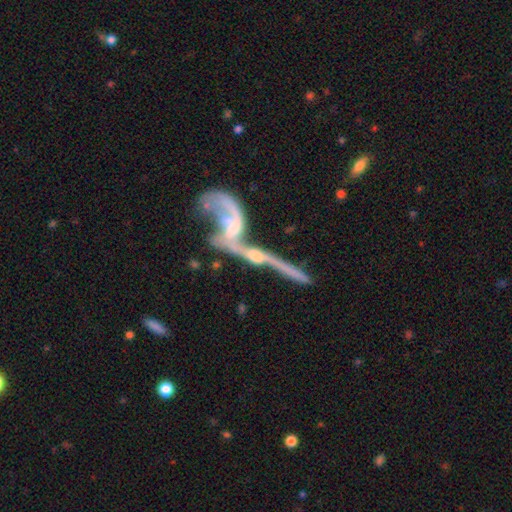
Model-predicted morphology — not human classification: Overall: featured or disk (77%). Edge-on disk: no (72%). Bar: no (63%; weak 27%). Spiral arms: yes (68%; no 32%). Bulge size: small (37%; moderate 30%). Merging: merger (67%).